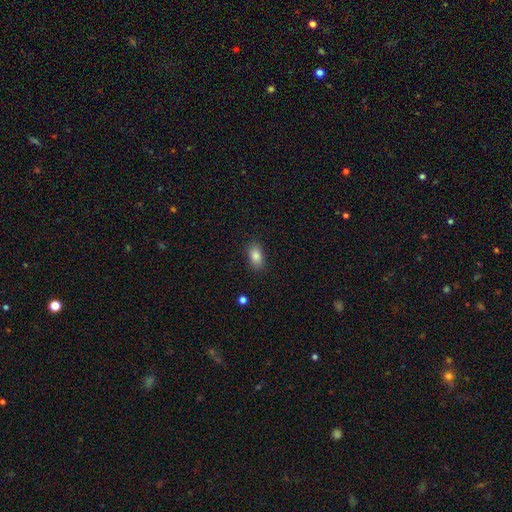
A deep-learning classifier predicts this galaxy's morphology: Smooth or featured?
  - smooth: 85% *
  - star or artifact: 9%
  - featured or disk: 6%
How rounded?
  - in between: 89% *
  - round: 9%
  - cigar-shaped: 3%
Merging?
  - none: 87% *
  - minor disturbance: 9%
  - major disturbance: 2%
  - merger: 1%